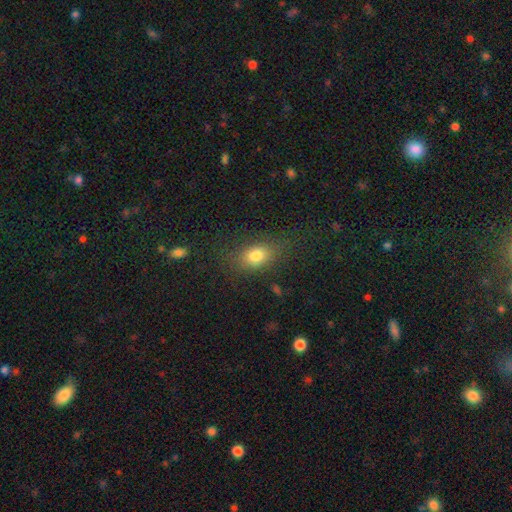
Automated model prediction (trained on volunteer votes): Morphology: type=smooth (79%); roundness=in between (75%); merging=none (74%).